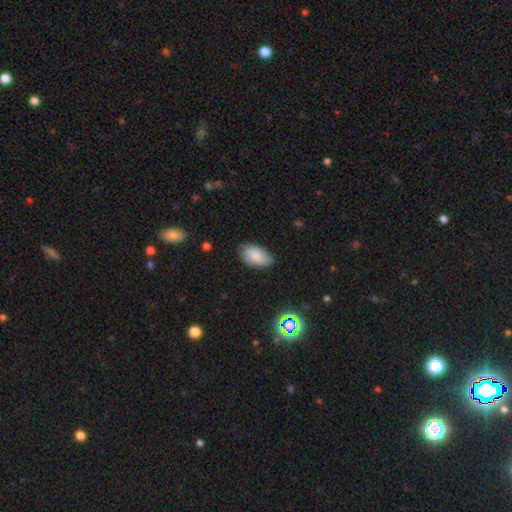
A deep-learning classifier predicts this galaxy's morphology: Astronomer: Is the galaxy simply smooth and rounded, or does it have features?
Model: smooth — 81%.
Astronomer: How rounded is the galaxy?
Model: in between — 94%.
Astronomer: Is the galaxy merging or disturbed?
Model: none — 77%.